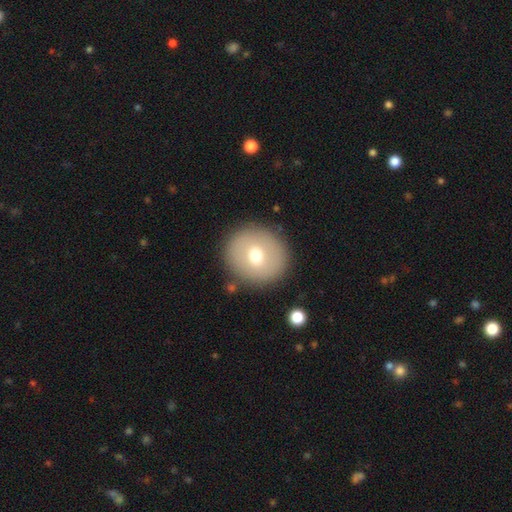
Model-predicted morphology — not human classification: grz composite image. It shows a smooth galaxy with no disk features (65%) that is round (89%). Merging: none (87%).